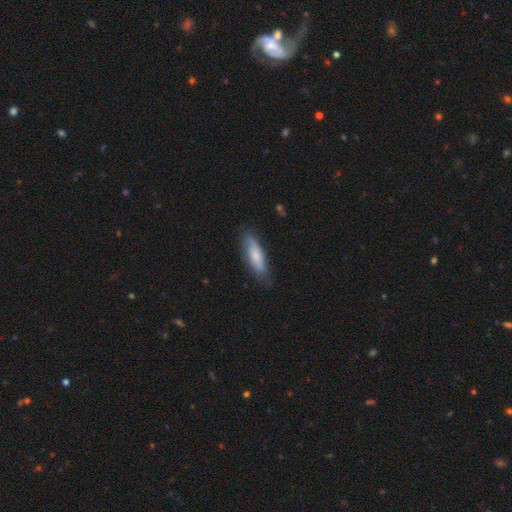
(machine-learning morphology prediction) This appears to be a smooth galaxy with no disk features (66%) that is cigar-shaped (51%). Merging: none (74%).